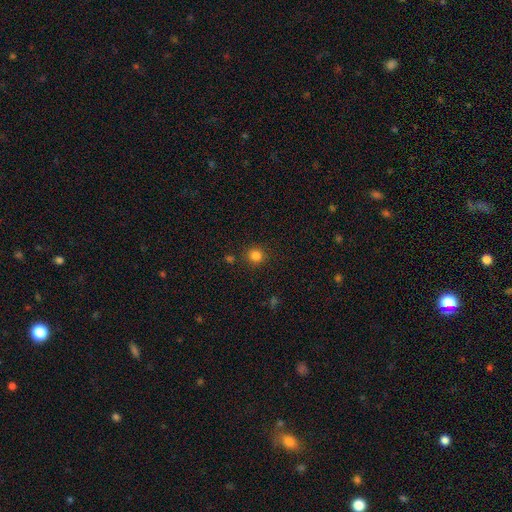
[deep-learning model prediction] Smooth or featured?
  - smooth: 83% *
  - star or artifact: 13%
  - featured or disk: 4%
How rounded?
  - round: 91% *
  - in between: 8%
  - cigar-shaped: 1%
Merging?
  - none: 87% *
  - minor disturbance: 7%
  - merger: 3%
  - major disturbance: 3%